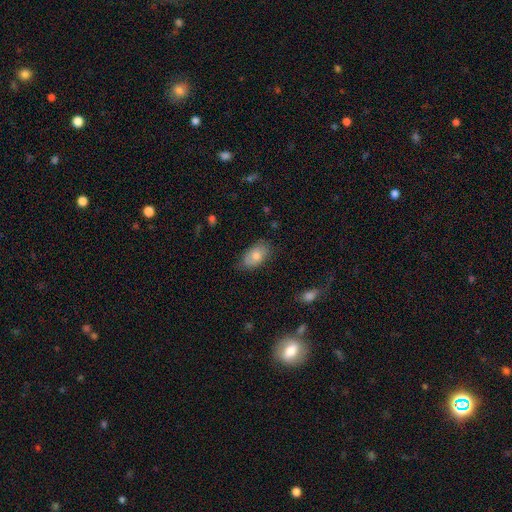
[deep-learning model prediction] The model was most divided on "merging": none: 76%, minor disturbance: 19%, major disturbance: 4%, merger: 1%. More confident: how rounded — in between (92%); smooth or featured — smooth (74%).